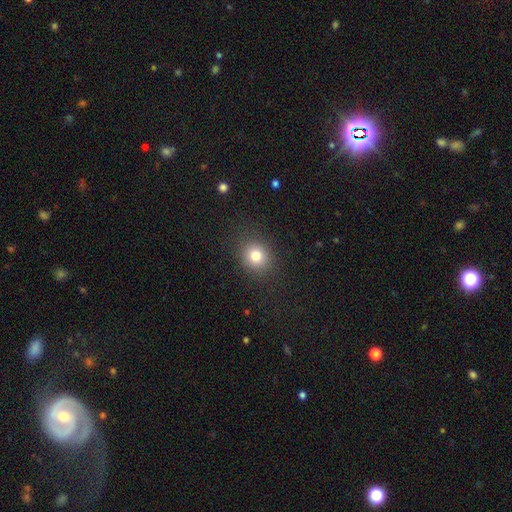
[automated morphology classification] Smooth or featured? smooth (79%)
How rounded? round (76%)
Merging? none (87%)